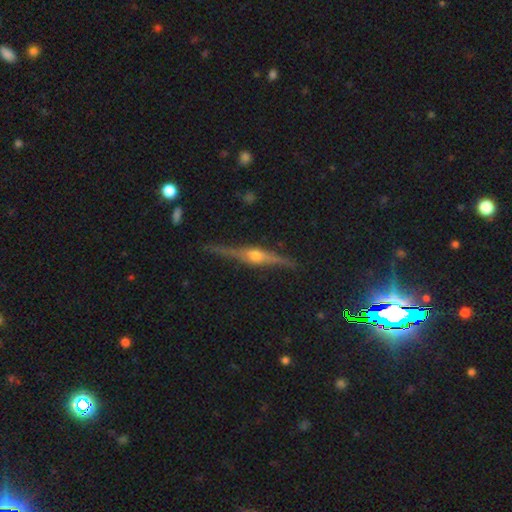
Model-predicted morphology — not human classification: Smooth or featured? featured or disk (83%)
Edge-on disk? yes (97%)
Edge-on bulge? rounded (92%)
Merging? none (86%)